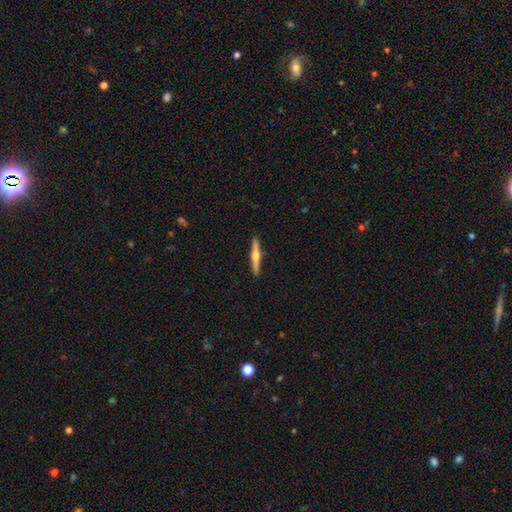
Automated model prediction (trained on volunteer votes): A featured or disk galaxy (55%) viewed edge-on (97%) with a rounded central bulge (86%). Merging: none (91%).